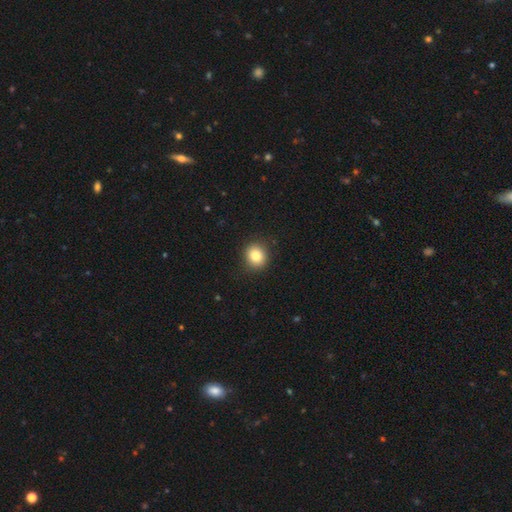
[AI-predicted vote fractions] Smooth or featured? Predicted: smooth (p=0.82). How rounded? Predicted: round (p=0.85). Merging? Predicted: none (p=0.90).